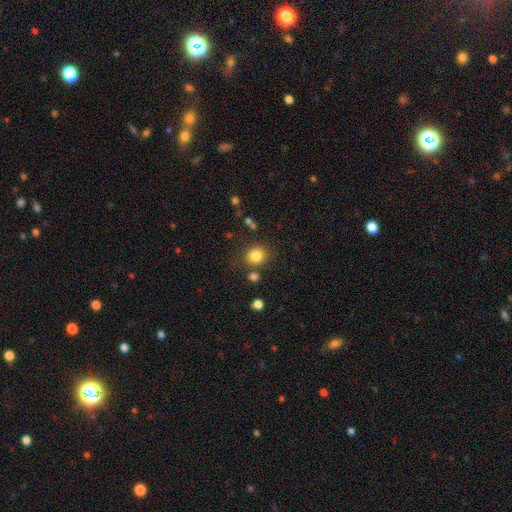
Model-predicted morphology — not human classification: smooth-or-featured: smooth: 83% | star or artifact: 11% | featured or disk: 6%
  how-rounded: round: 77% | in between: 22% | cigar-shaped: 1%
  merging: none: 80% | minor disturbance: 10% | merger: 7% | major disturbance: 4%